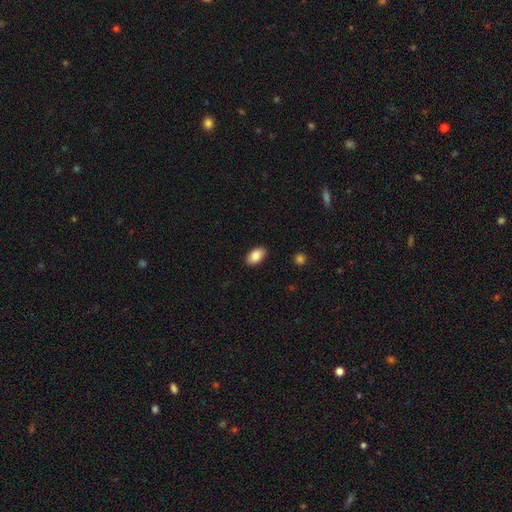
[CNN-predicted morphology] Smooth or featured: smooth — 87% (star or artifact — 7%)
How rounded: in between — 93% (round — 5%)
Merging: none — 88% (minor disturbance — 9%)